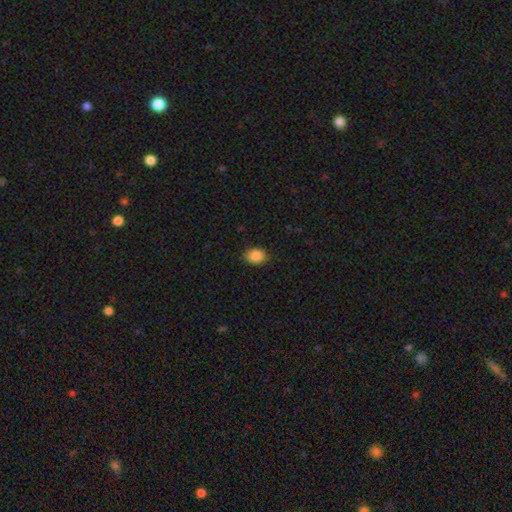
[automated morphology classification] A smooth galaxy with no disk features (87%) that is in between round and cigar-shaped (60%).

Vote fractions:
- Smooth or featured? smooth: 87% / star or artifact: 9% / featured or disk: 4%
- How rounded? in between: 60% / round: 39% / cigar-shaped: 1%
- Merging? none: 81% / minor disturbance: 15% / major disturbance: 3% / merger: 1%